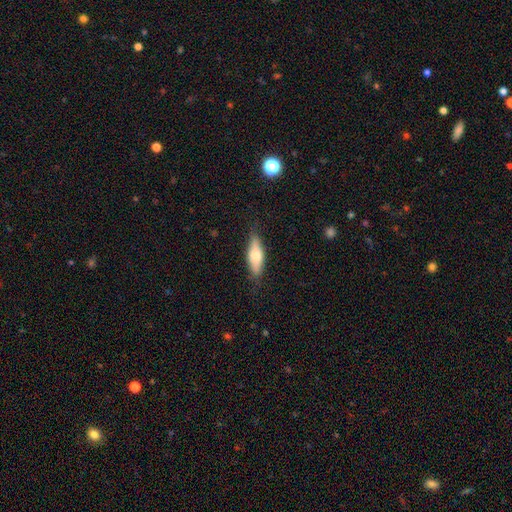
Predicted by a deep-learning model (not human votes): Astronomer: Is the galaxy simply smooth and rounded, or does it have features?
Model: smooth — 67%.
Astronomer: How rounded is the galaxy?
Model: in between — 60% (runner-up: cigar-shaped, 38%).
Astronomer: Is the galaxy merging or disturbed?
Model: none — 79%.